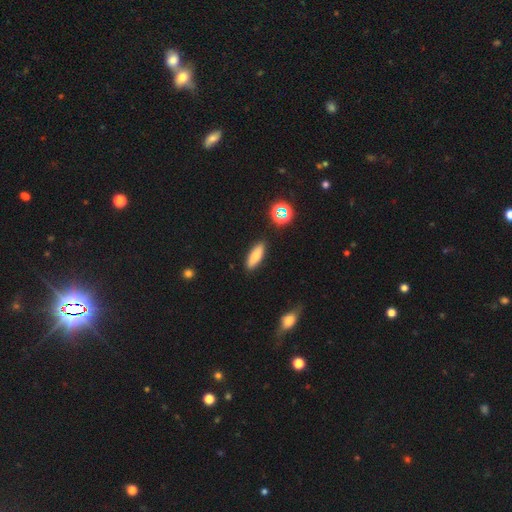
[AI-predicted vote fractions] Smooth or featured? Predicted: smooth (p=0.72). How rounded? Predicted: in between (p=0.52). Merging? Predicted: none (p=0.88).